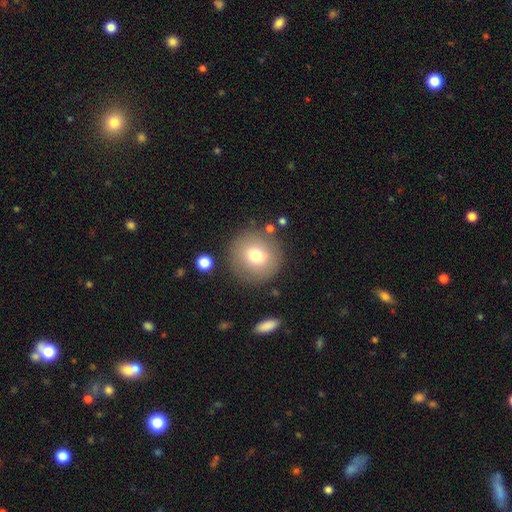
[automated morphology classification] Smooth or featured: smooth — 74% (featured or disk — 16%)
How rounded: round — 94% (in between — 5%)
Merging: none — 84% (minor disturbance — 9%)